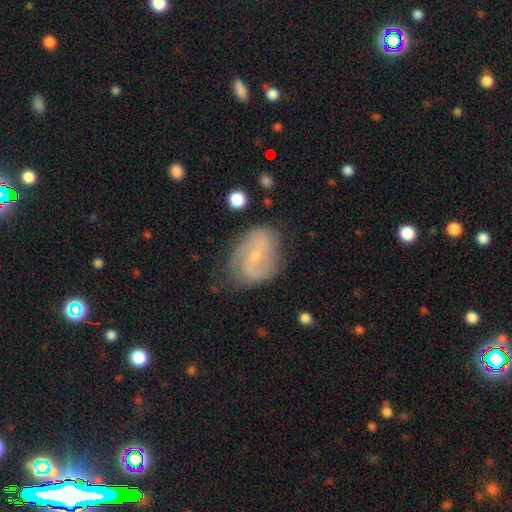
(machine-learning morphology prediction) Smooth or featured? Predicted: featured or disk (p=0.77). Edge-on disk? Predicted: no (p=0.97). Bar? Predicted: weak (p=0.48). Spiral arms? Predicted: yes (p=0.93). Spiral winding? Predicted: medium (p=0.44). Spiral arm count? Predicted: 2 (p=0.78). Bulge size? Predicted: small (p=0.72). Merging? Predicted: none (p=0.70).